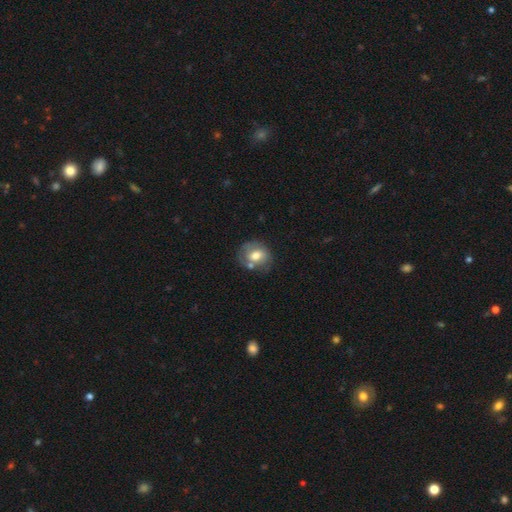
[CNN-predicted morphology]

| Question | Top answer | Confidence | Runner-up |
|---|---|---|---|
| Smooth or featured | smooth | 61% | featured or disk (31%) |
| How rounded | round | 63% | in between (36%) |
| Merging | none | 54% | minor disturbance (23%) |